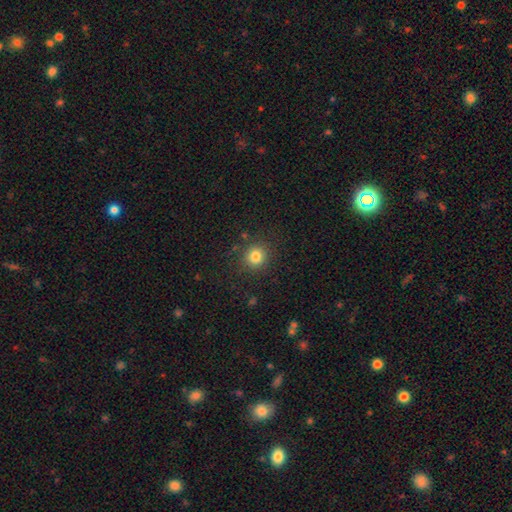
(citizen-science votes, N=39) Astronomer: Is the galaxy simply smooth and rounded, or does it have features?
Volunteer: smooth — 77%.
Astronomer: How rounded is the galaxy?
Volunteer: round — 93%.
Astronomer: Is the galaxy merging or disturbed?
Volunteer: none — 77%.